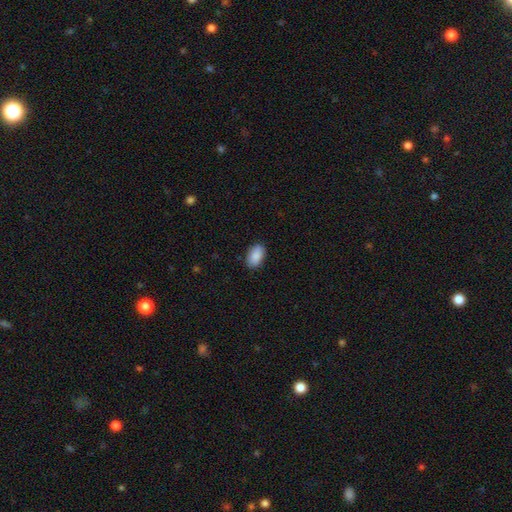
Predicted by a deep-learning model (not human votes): A smooth galaxy with no disk features (90%) that is in between round and cigar-shaped (93%).

Vote fractions:
- Smooth or featured? smooth: 90% / star or artifact: 7% / featured or disk: 3%
- How rounded? in between: 93% / round: 5% / cigar-shaped: 2%
- Merging? none: 87% / minor disturbance: 10% / major disturbance: 2% / merger: 1%